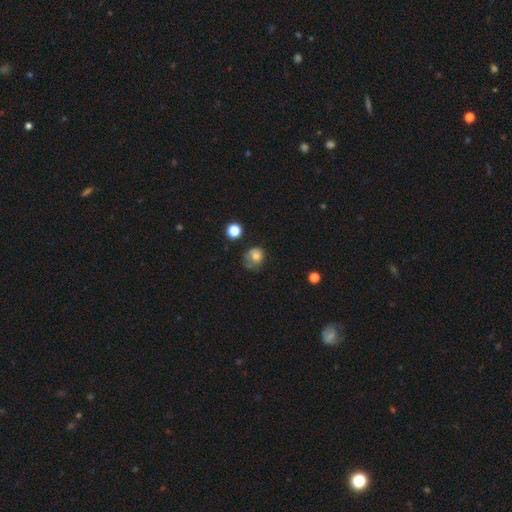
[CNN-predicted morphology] A smooth galaxy with no disk features (72%) that is round (74%).

Vote fractions:
- Smooth or featured? smooth: 72% / featured or disk: 16% / star or artifact: 12%
- How rounded? round: 74% / in between: 25% / cigar-shaped: 1%
- Merging? none: 44% / minor disturbance: 32% / major disturbance: 19% / merger: 4%